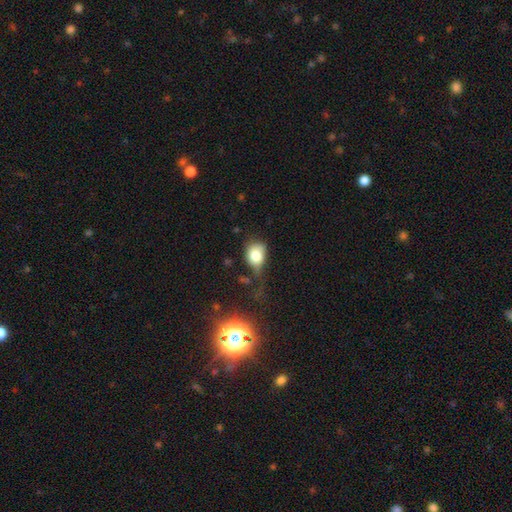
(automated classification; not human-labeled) Morphology: type=smooth (77%); roundness=in between (54%); merging=minor disturbance (35%).